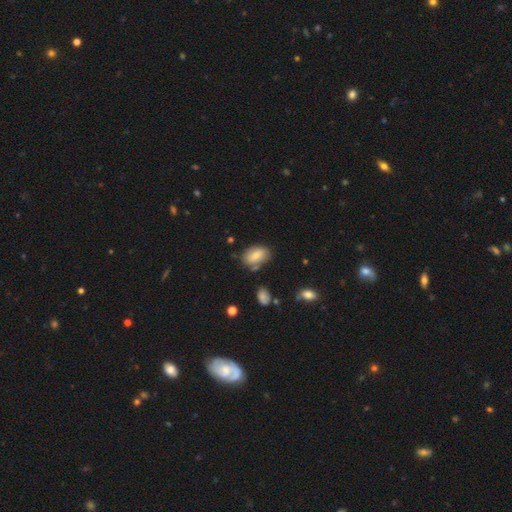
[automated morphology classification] The model was most divided on "merging": none: 67%, minor disturbance: 20%, merger: 8%, major disturbance: 5%. More confident: how rounded — in between (90%); smooth or featured — smooth (76%).